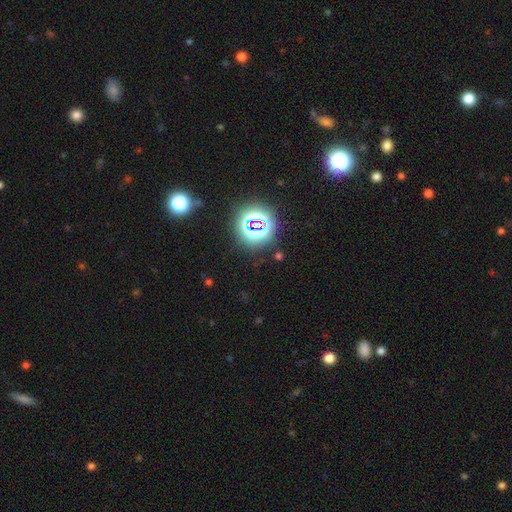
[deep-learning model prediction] Smooth or featured? star or artifact (74%)